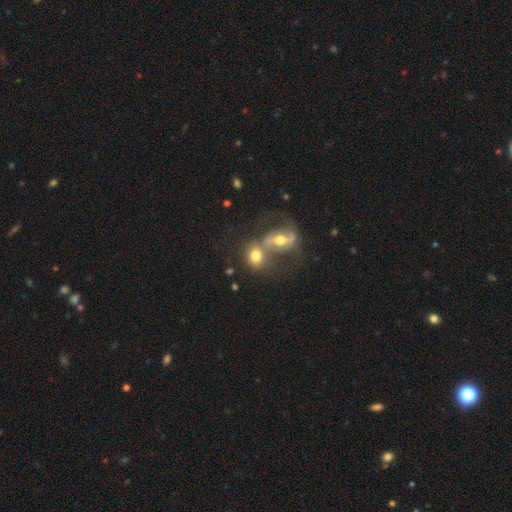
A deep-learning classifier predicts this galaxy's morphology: A smooth galaxy with no disk features (56%) that is in between round and cigar-shaped (55%).

Vote fractions:
- Smooth or featured? smooth: 56% / featured or disk: 34% / star or artifact: 9%
- How rounded? in between: 55% / round: 43% / cigar-shaped: 2%
- Merging? merger: 53% / none: 29% / minor disturbance: 10% / major disturbance: 8%